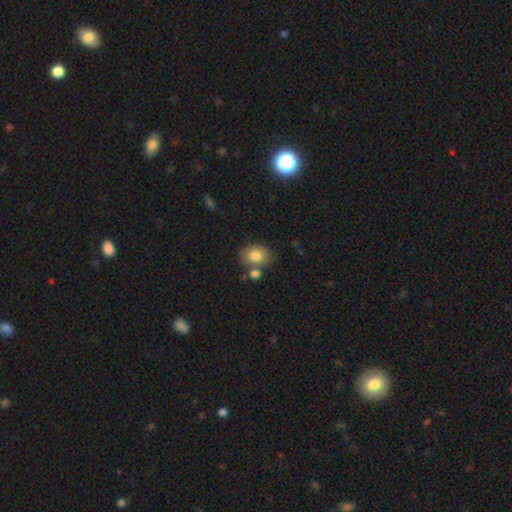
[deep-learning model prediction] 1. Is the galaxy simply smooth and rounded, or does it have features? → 82% smooth, 9% featured or disk, 9% star or artifact.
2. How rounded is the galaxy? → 55% in between, 44% round, 1% cigar-shaped.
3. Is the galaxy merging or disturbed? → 67% none, 17% merger, 13% minor disturbance, 3% major disturbance.